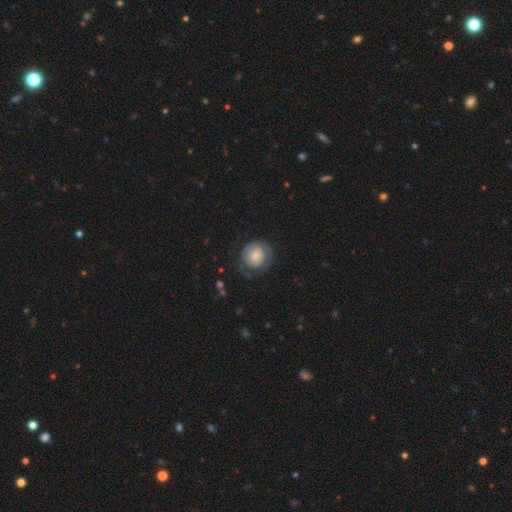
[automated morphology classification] The model was most divided on "smooth or featured": smooth: 51%, featured or disk: 43%, star or artifact: 6%. More confident: how rounded — round (86%); merging — none (60%).